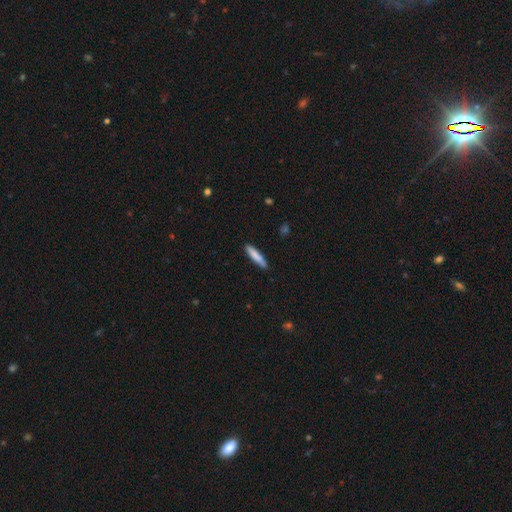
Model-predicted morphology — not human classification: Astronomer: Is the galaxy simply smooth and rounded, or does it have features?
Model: smooth — 81%.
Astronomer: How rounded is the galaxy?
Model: cigar-shaped — 90%.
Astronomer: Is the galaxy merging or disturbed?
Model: none — 86%.